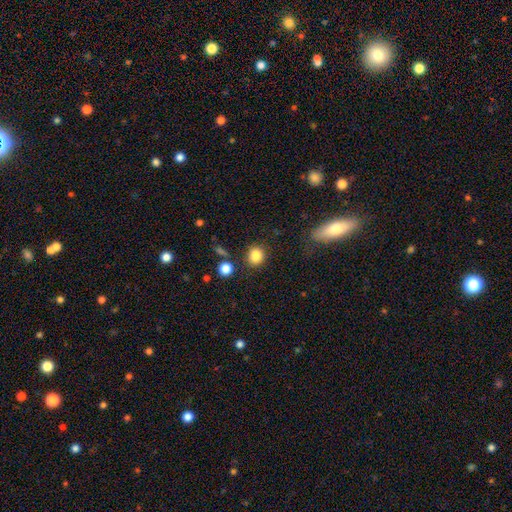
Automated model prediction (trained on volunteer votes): Smooth or featured: smooth — 85% (star or artifact — 10%)
How rounded: round — 75% (in between — 24%)
Merging: none — 82% (minor disturbance — 10%)